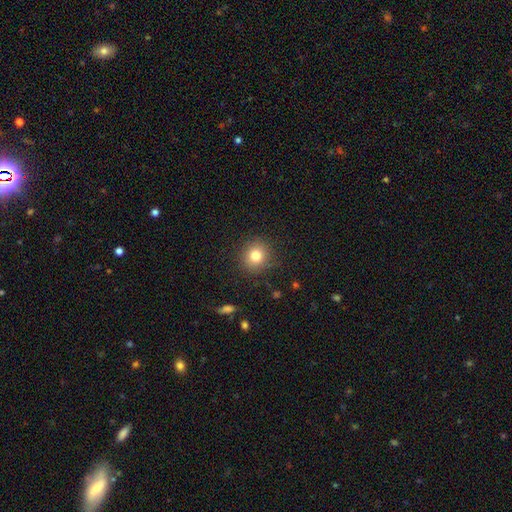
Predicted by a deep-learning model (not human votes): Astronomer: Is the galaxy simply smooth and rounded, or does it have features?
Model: smooth — 80%.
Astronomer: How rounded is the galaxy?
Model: round — 87%.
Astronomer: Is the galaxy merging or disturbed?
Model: none — 88%.